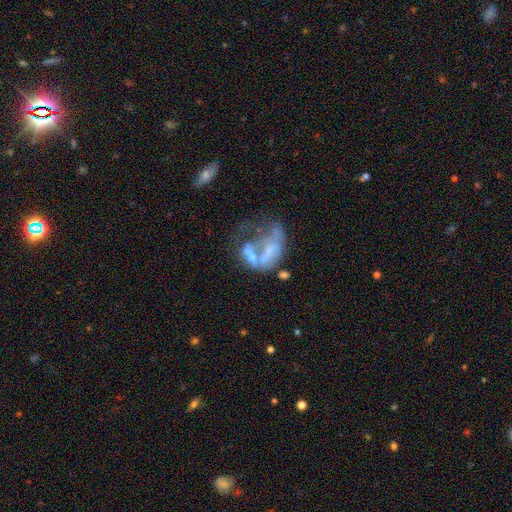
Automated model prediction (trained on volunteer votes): smooth_or_featured: featured or disk (p=0.61) [alt: smooth p=0.26]
disk_edge_on: no (p=0.97) [alt: yes p=0.03]
bar: no (p=0.76) [alt: weak p=0.16]
has_spiral_arms: no (p=0.83) [alt: yes p=0.17]
bulge_size: none (p=0.53) [alt: small p=0.23]
merging: merger (p=0.39) [alt: major disturbance p=0.35]